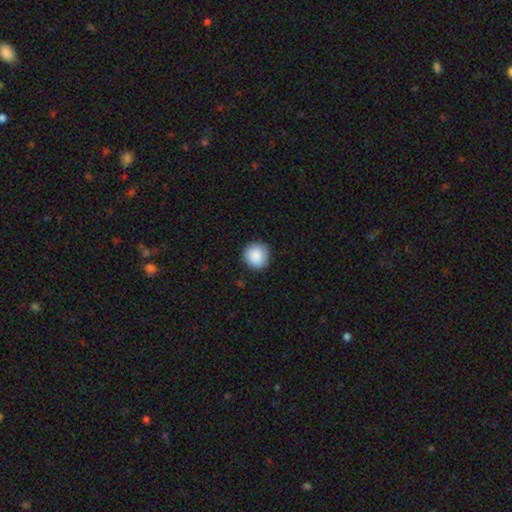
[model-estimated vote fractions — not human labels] Overall: smooth (89%). How rounded: round (93%). Merging: none (88%).